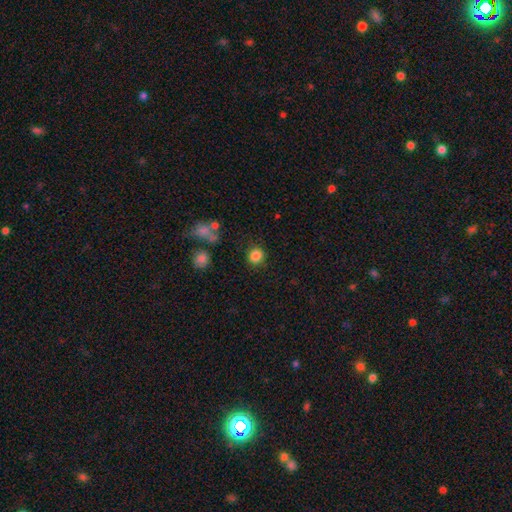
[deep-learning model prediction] A smooth galaxy with no disk features (85%) that is round (90%).

Vote fractions:
- Smooth or featured? smooth: 85% / star or artifact: 11% / featured or disk: 4%
- How rounded? round: 90% / in between: 9% / cigar-shaped: 1%
- Merging? none: 86% / minor disturbance: 8% / major disturbance: 3% / merger: 2%